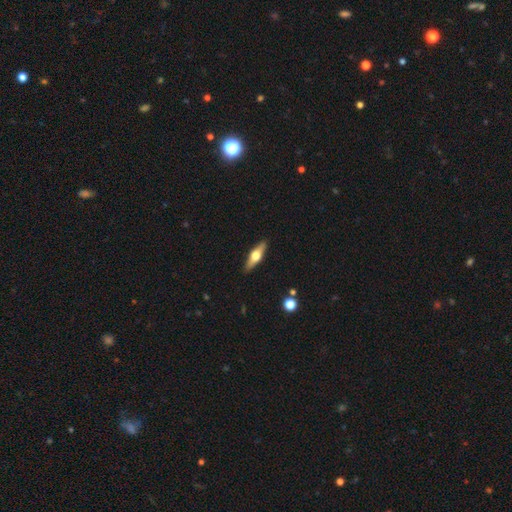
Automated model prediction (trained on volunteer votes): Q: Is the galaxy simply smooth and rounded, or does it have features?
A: featured or disk — 58%.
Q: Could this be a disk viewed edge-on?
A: yes — 93%.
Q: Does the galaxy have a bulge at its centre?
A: rounded — 95%.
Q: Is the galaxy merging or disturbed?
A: none — 90%.